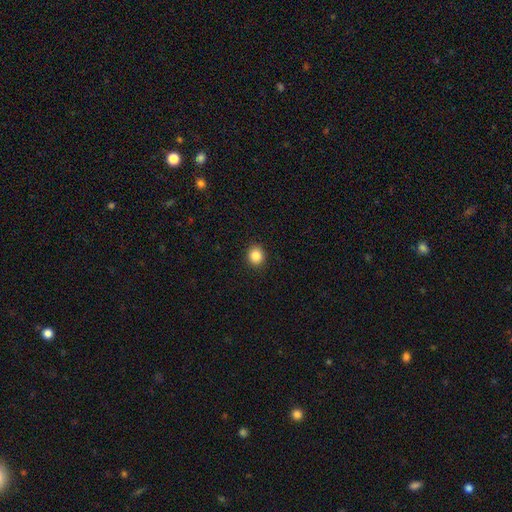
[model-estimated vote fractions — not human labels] Morphology: type=smooth (86%); roundness=round (83%); merging=none (92%).